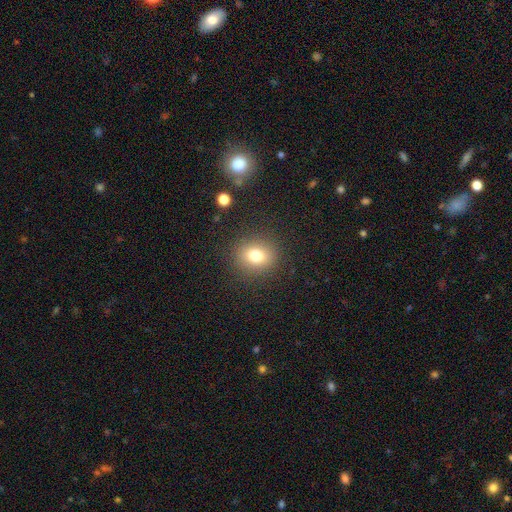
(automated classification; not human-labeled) smooth_or_featured: smooth (p=0.77) [alt: star or artifact p=0.14]
how_rounded: round (p=0.76) [alt: in between p=0.23]
merging: none (p=0.88) [alt: minor disturbance p=0.07]